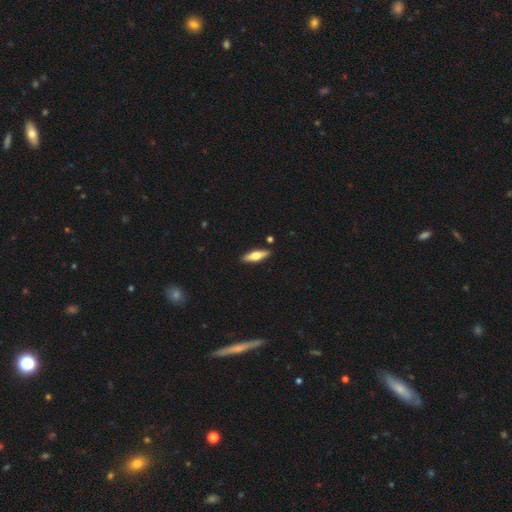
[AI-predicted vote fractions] Smooth or featured: smooth — 56% (featured or disk — 39%)
How rounded: cigar-shaped — 57% (in between — 40%)
Merging: none — 88% (minor disturbance — 8%)